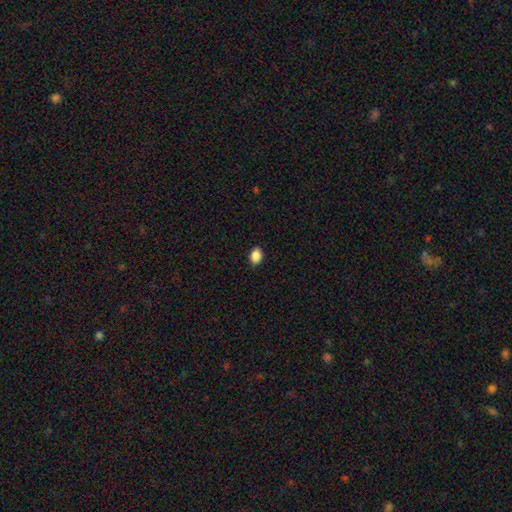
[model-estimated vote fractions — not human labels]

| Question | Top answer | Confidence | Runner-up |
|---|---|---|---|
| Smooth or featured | smooth | 89% | star or artifact (8%) |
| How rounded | in between | 76% | round (23%) |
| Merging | none | 90% | minor disturbance (7%) |